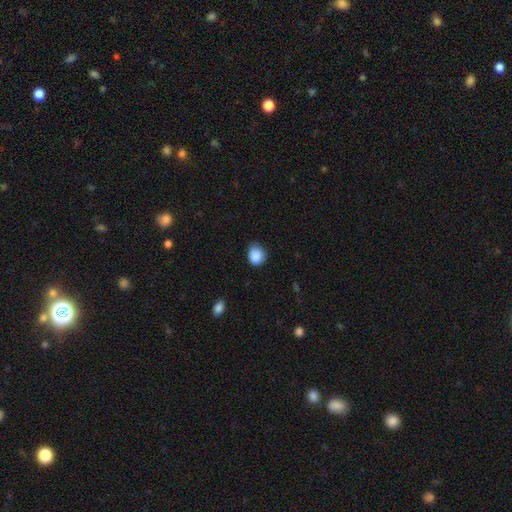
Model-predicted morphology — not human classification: This appears to be a smooth galaxy with no disk features (88%) that is round (66%). Merging: none (71%).